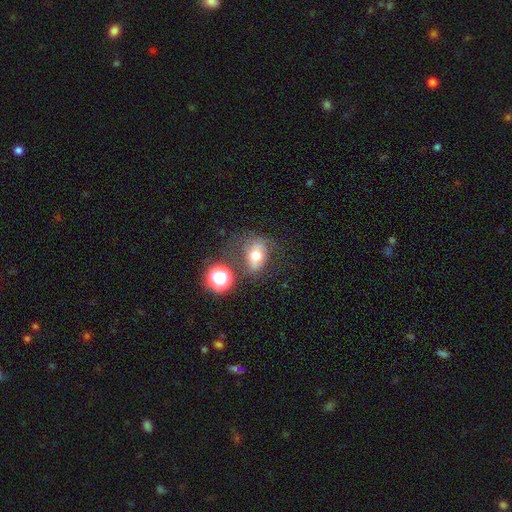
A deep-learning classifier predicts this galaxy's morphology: A smooth galaxy with no disk features (58%) that is in between round and cigar-shaped (66%). Merging: none (49%).